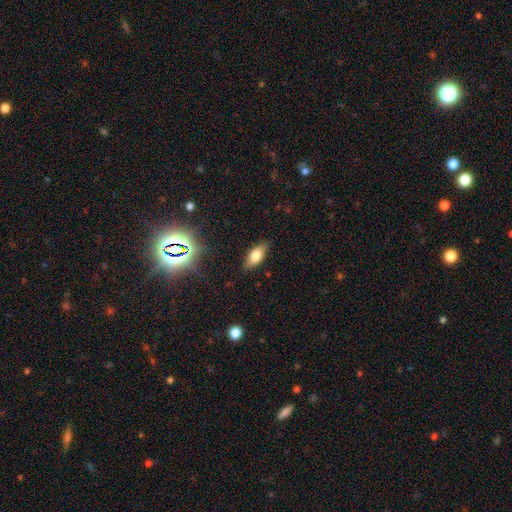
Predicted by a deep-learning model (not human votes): Smooth or featured: smooth — 71% (featured or disk — 19%)
How rounded: in between — 80% (cigar-shaped — 16%)
Merging: none — 84% (minor disturbance — 12%)